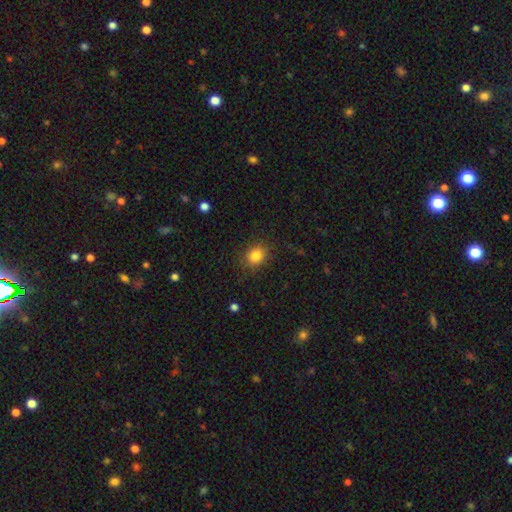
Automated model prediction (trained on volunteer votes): Smooth or featured: smooth — 84% (star or artifact — 11%)
How rounded: round — 57% (in between — 42%)
Merging: none — 86% (minor disturbance — 10%)